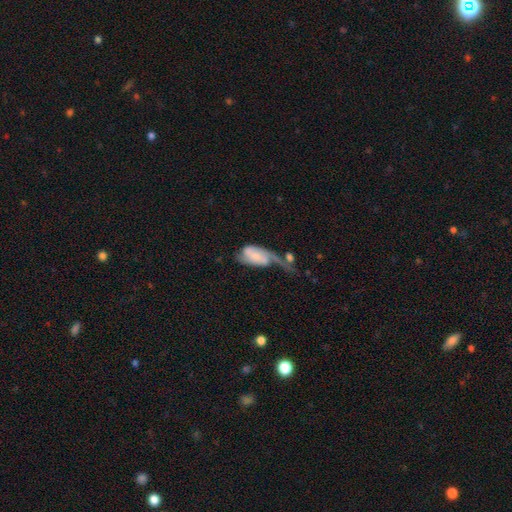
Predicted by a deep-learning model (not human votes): The model was most divided on "smooth or featured": smooth: 49%, featured or disk: 44%, star or artifact: 7%. Remaining: merging — major disturbance (38%).